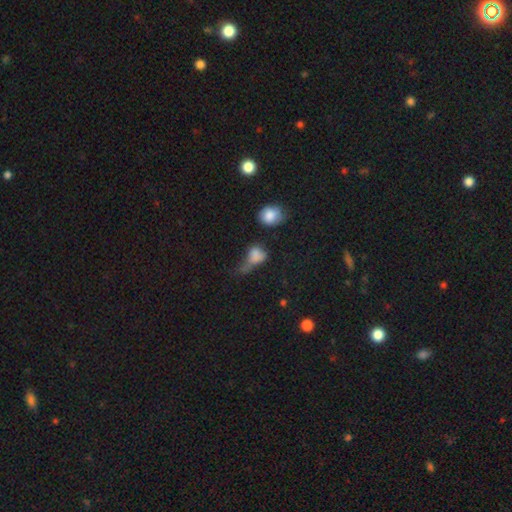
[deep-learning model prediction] Smooth or featured: smooth — 73% (featured or disk — 13%)
How rounded: in between — 53% (round — 42%)
Merging: major disturbance — 42% (minor disturbance — 21%)